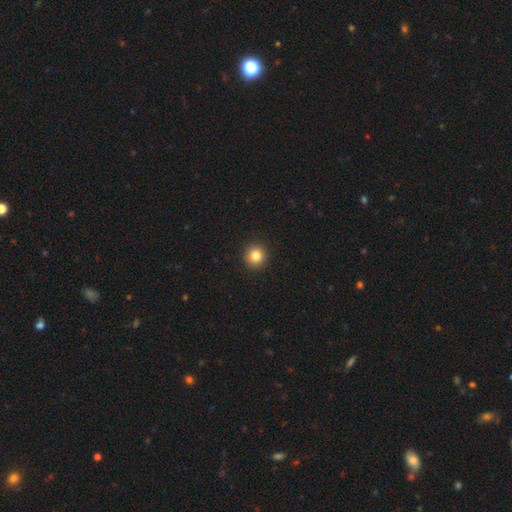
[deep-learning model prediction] The model was most divided on "smooth or featured": smooth: 83%, star or artifact: 11%, featured or disk: 6%. More confident: how rounded — round (94%); merging — none (93%).